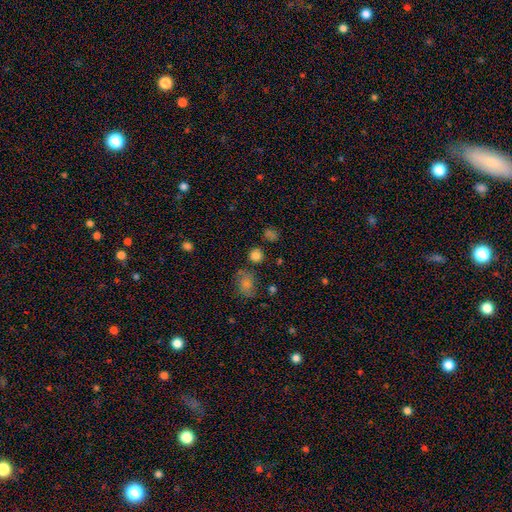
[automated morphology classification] This is likely a smooth galaxy (80%). How rounded: clearly round (85%). Merging: likely none (77%).